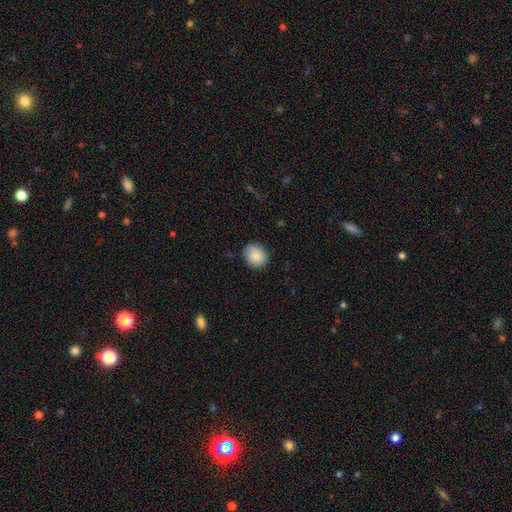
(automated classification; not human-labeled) A smooth galaxy with no disk features (88%) that is round (71%). Merging: none (85%).